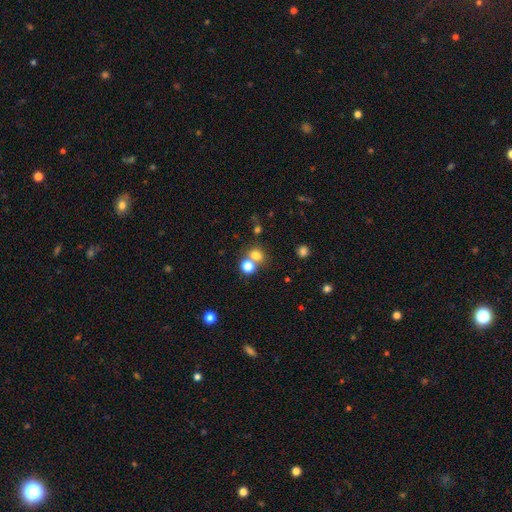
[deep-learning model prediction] Smooth or featured: smooth — 74% (star or artifact — 17%)
How rounded: round — 71% (in between — 28%)
Merging: none — 52% (merger — 36%)